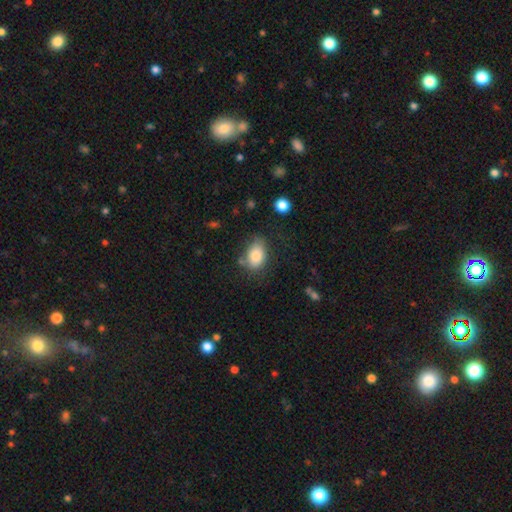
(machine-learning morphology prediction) A smooth galaxy with no disk features (83%) that is in between round and cigar-shaped (82%). Merging: none (66%).